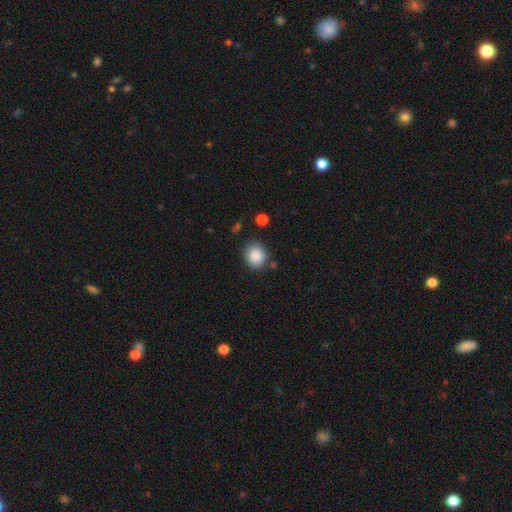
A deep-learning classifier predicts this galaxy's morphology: This appears to be a smooth galaxy with no disk features (88%) that is round (75%). Merging: none (81%).